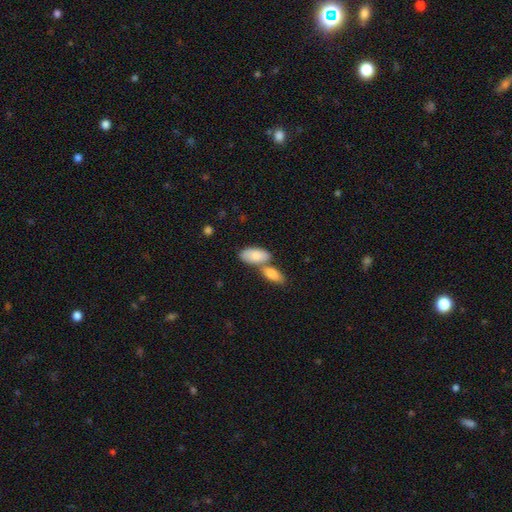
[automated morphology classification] Smooth or featured? Predicted: smooth (p=0.82). How rounded? Predicted: in between (p=0.92). Merging? Predicted: merger (p=0.47).